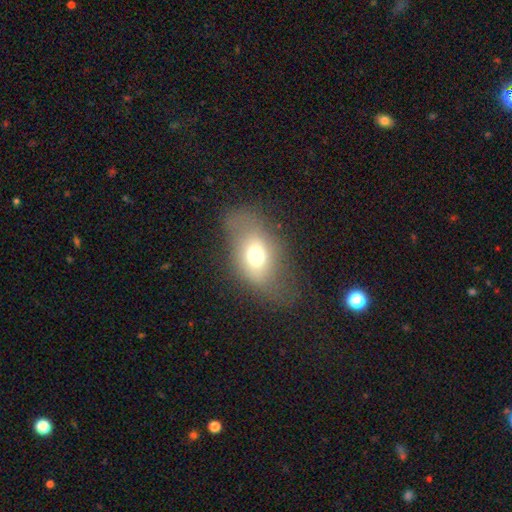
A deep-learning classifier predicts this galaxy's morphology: smooth 64%, featured or disk 22%, star or artifact 14%. Down the decision tree: how rounded — in between (76%); merging — none (60%).